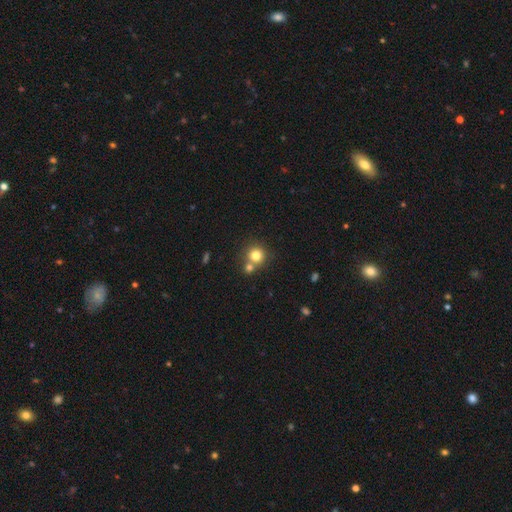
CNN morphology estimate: Smooth or featured? Predicted: smooth (p=0.79). How rounded? Predicted: round (p=0.90). Merging? Predicted: none (p=0.57).